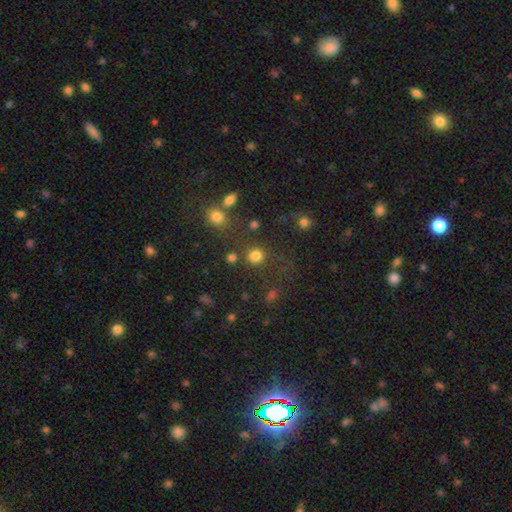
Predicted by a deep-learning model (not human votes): Smooth or featured? smooth (78%)
How rounded? round (85%)
Merging? none (70%)